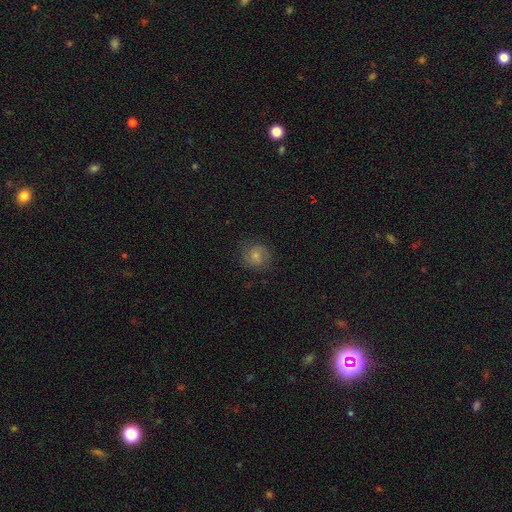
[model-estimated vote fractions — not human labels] smooth_or_featured: smooth (p=0.50) [alt: featured or disk p=0.40]
how_rounded: round (p=0.82) [alt: in between p=0.17]
merging: none (p=0.76) [alt: minor disturbance p=0.17]